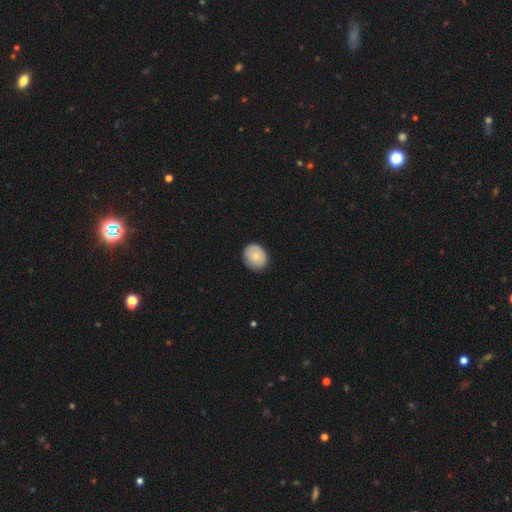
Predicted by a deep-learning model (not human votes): Q: Smooth or featured?
A: smooth (80%); runner-up: featured or disk (14%)
Q: How rounded?
A: round (70%); runner-up: in between (29%)
Q: Merging?
A: none (84%); runner-up: minor disturbance (13%)